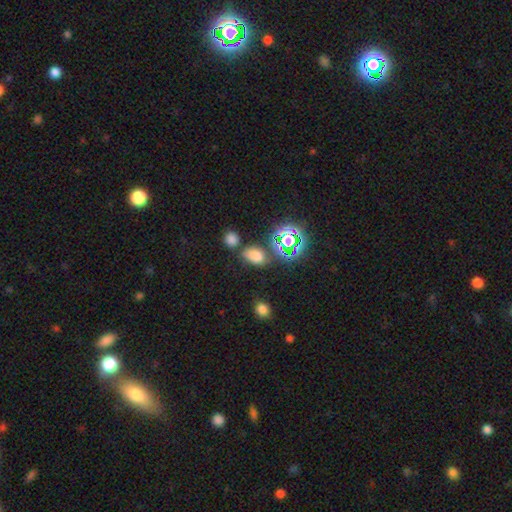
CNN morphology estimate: This appears to be a smooth galaxy with no disk features (65%) that is in between round and cigar-shaped (81%). Merging: none (66%).